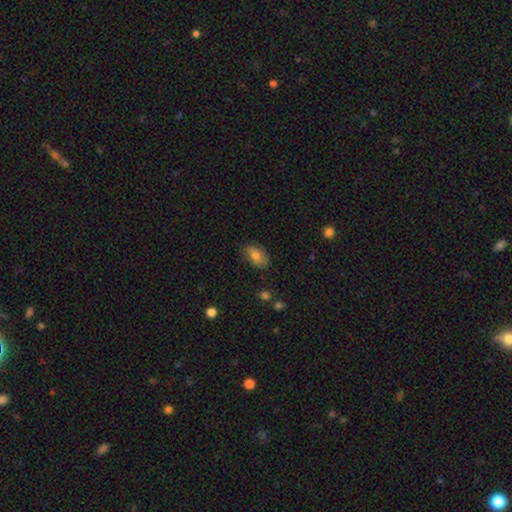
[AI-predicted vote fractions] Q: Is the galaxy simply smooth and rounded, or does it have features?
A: smooth — 77%.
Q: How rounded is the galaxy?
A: in between — 88%.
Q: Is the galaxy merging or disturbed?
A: none — 78%.